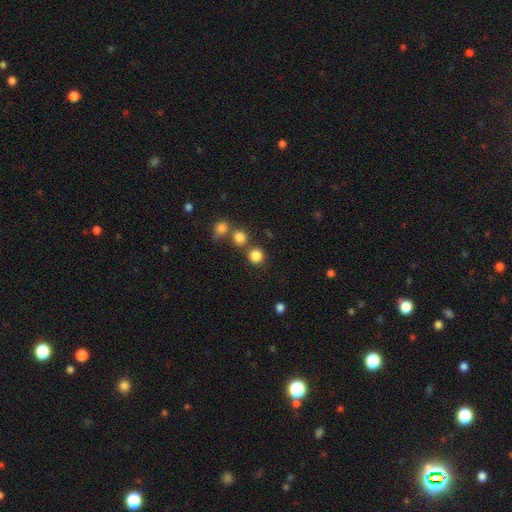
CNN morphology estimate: Smooth or featured? smooth (83%)
How rounded? round (91%)
Merging? none (72%)